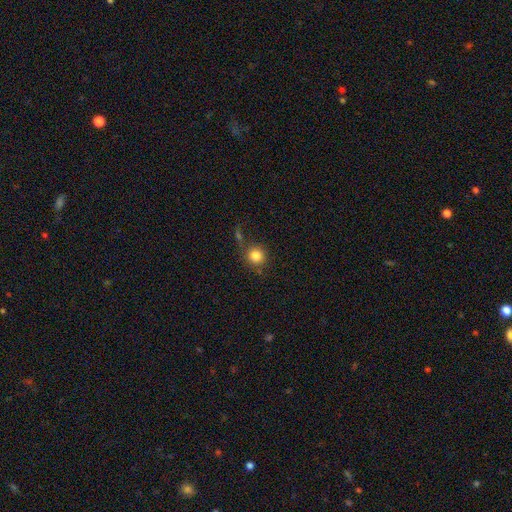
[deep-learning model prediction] Smooth or featured? Predicted: smooth (p=0.83). How rounded? Predicted: round (p=0.92). Merging? Predicted: none (p=0.72).